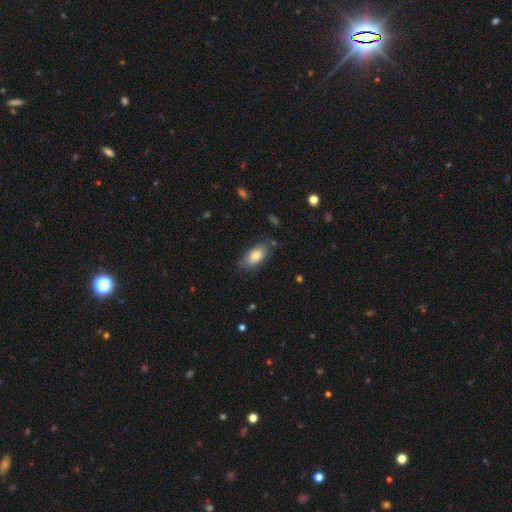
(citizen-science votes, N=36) Smooth or featured? smooth (81%)
How rounded? in between (97%)
Merging? none (76%)